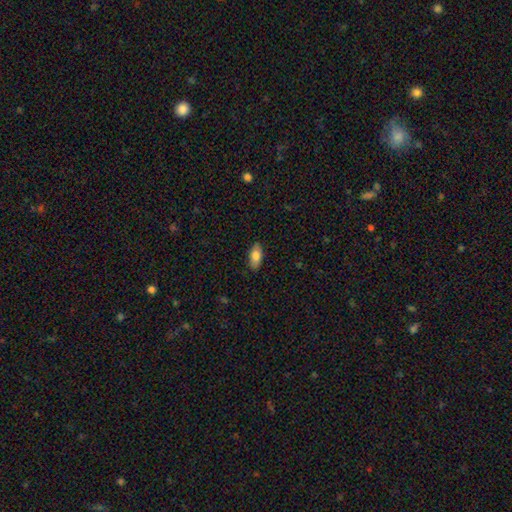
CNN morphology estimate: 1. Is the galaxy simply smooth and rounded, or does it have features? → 80% smooth, 13% featured or disk, 7% star or artifact.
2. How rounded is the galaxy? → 89% in between, 8% cigar-shaped, 3% round.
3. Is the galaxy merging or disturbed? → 86% none, 11% minor disturbance, 2% major disturbance, 1% merger.